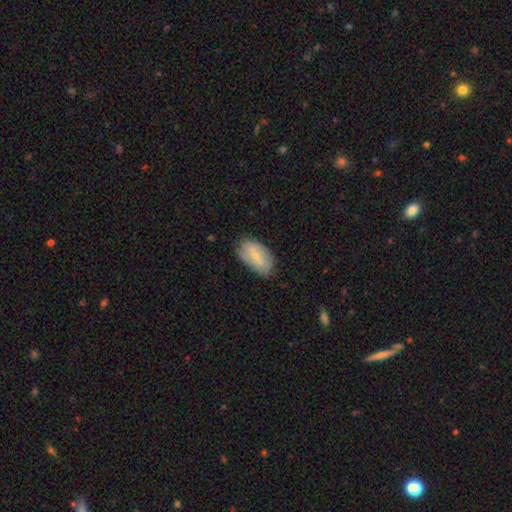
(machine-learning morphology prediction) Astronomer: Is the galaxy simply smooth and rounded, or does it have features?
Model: smooth — 64%.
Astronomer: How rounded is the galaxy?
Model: in between — 93%.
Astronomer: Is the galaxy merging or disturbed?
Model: none — 75%.